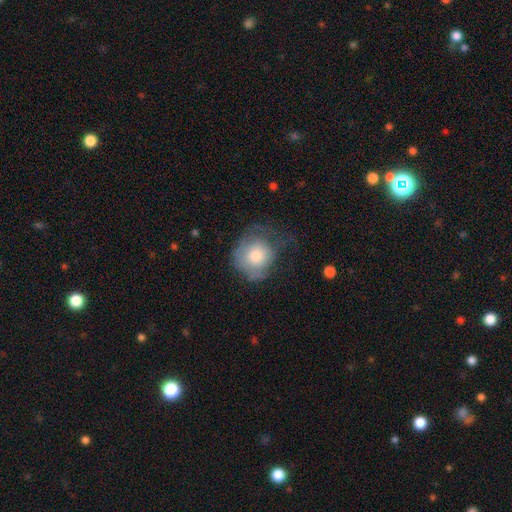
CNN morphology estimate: Smooth or featured? Predicted: smooth (p=0.67). How rounded? Predicted: round (p=0.81). Merging? Predicted: none (p=0.36).